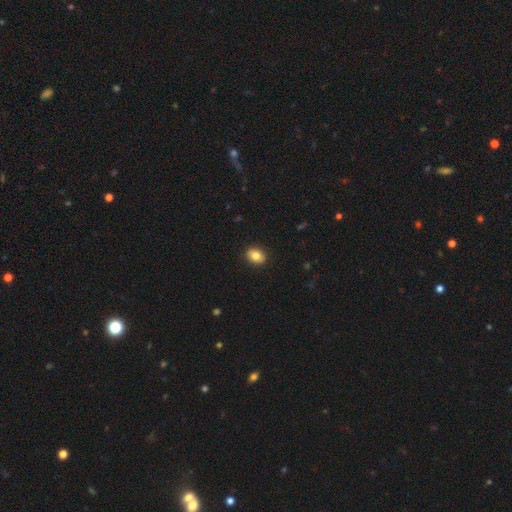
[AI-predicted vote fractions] Smooth or featured? smooth (83%)
How rounded? in between (64%)
Merging? none (90%)